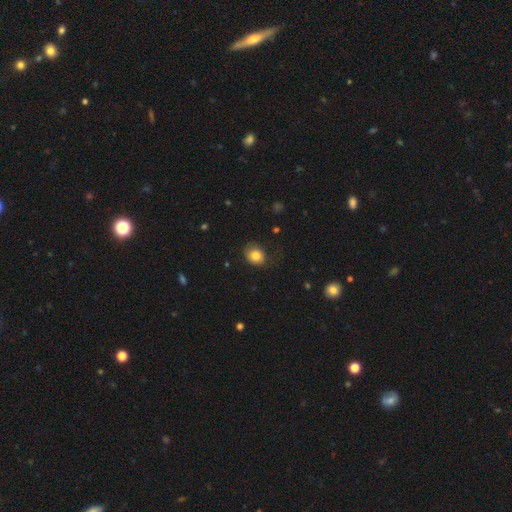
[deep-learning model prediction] smooth-or-featured: smooth: 82% | star or artifact: 10% | featured or disk: 8%
  how-rounded: round: 59% | in between: 40% | cigar-shaped: 1%
  merging: none: 68% | minor disturbance: 22% | major disturbance: 8% | merger: 1%